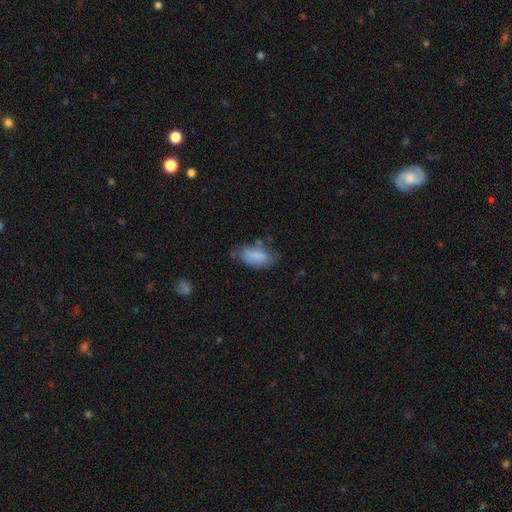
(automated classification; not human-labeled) Smooth or featured?
  - smooth: 81% *
  - featured or disk: 12%
  - star or artifact: 7%
How rounded?
  - in between: 89% *
  - cigar-shaped: 8%
  - round: 3%
Merging?
  - none: 51% *
  - minor disturbance: 32%
  - major disturbance: 11%
  - merger: 6%